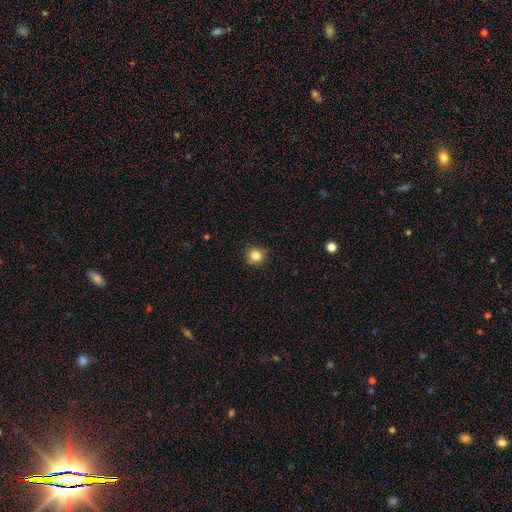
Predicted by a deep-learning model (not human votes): This is clearly a smooth galaxy (83%). How rounded: clearly round (90%). Merging: clearly none (86%).